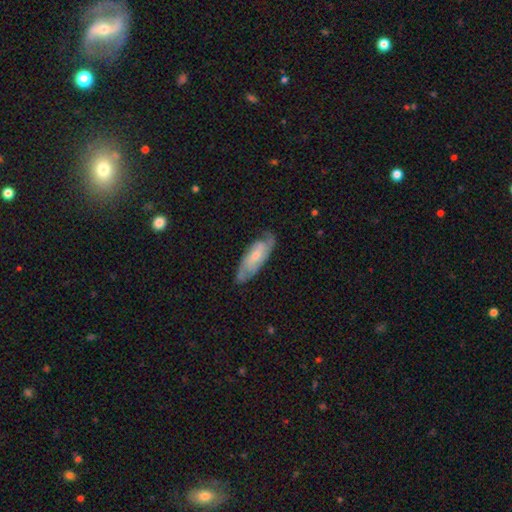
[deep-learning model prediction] A featured or disk galaxy (68%) with no bar (53%), 2 (58%) tight (44%) spiral arms (91%) and a small central bulge (56%).

Vote fractions:
- Smooth or featured? featured or disk: 68% / smooth: 27% / star or artifact: 6%
- Edge-on disk? no: 86% / yes: 14%
- Bar? no: 53% / weak: 38% / strong: 9%
- Spiral arms? yes: 91% / no: 9%
- Spiral winding? tight: 44% / medium: 42% / loose: 14%
- Spiral arm count? 2: 58% / can't tell: 25% / 3: 9% / 1: 4% / 4: 3% / more than 4: 2%
- Bulge size? small: 56% / moderate: 37% / none: 5% / large: 2% / dominant: 1%
- Merging? none: 73% / minor disturbance: 20% / major disturbance: 5% / merger: 1%